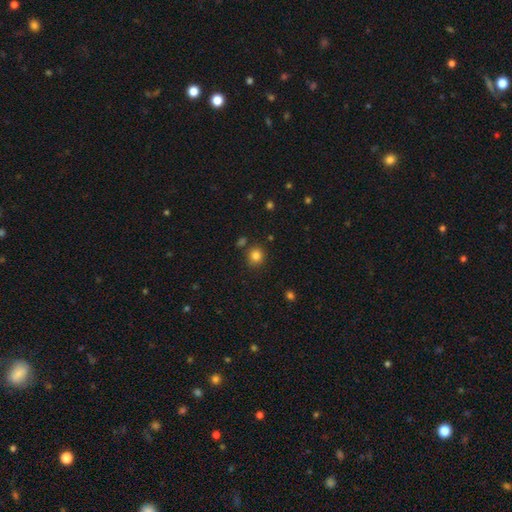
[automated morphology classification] Smooth or featured? smooth (83%)
How rounded? round (89%)
Merging? none (82%)